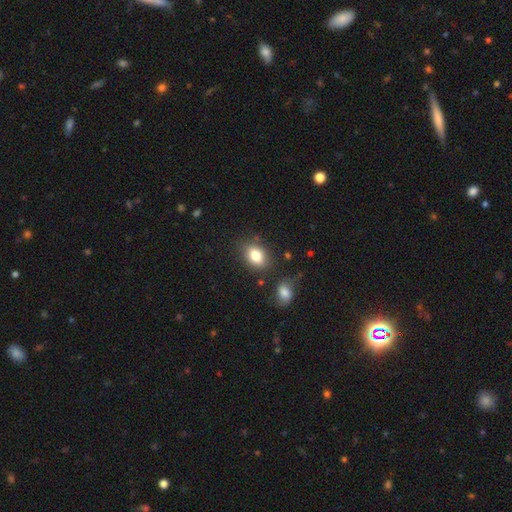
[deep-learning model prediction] Smooth or featured? smooth (82%)
How rounded? in between (75%)
Merging? none (77%)